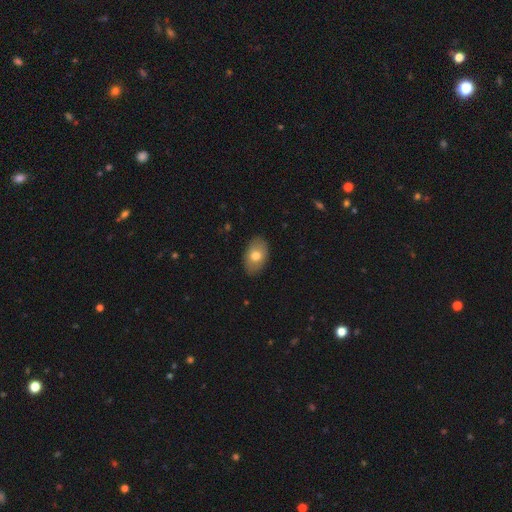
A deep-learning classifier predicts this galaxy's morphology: This appears to be a smooth galaxy with no disk features (72%) that is in between round and cigar-shaped (88%). Merging: none (86%).